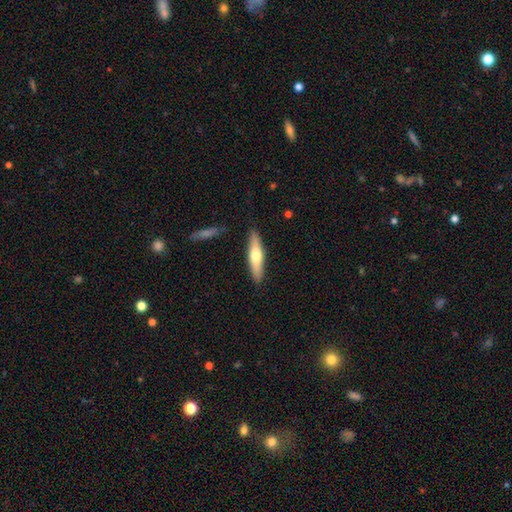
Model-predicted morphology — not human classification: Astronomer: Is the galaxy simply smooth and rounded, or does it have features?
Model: smooth — 53% (runner-up: featured or disk, 42%).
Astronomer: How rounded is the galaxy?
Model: cigar-shaped — 78%.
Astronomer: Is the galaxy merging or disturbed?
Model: none — 89%.